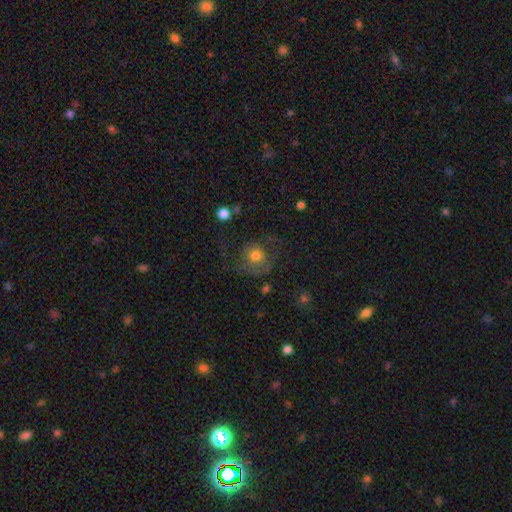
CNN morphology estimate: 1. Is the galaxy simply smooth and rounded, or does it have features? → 57% smooth, 32% featured or disk, 11% star or artifact.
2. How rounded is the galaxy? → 80% round, 19% in between, 1% cigar-shaped.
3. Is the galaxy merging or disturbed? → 51% none, 27% major disturbance, 19% minor disturbance, 2% merger.